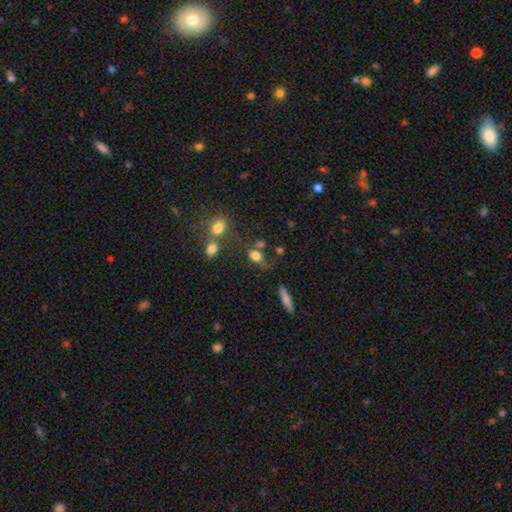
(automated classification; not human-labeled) smooth_or_featured: smooth (p=0.77) [alt: star or artifact p=0.13]
how_rounded: in between (p=0.59) [alt: round p=0.35]
merging: none (p=0.51) [alt: merger p=0.21]